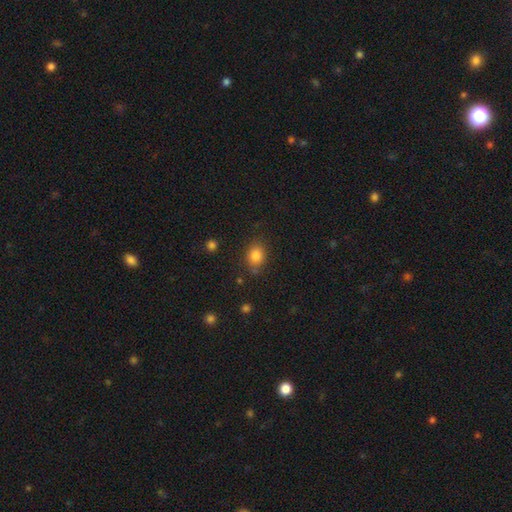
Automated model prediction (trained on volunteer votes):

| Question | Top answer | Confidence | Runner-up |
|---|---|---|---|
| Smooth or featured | smooth | 83% | star or artifact (11%) |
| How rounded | in between | 51% | round (48%) |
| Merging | none | 76% | minor disturbance (16%) |